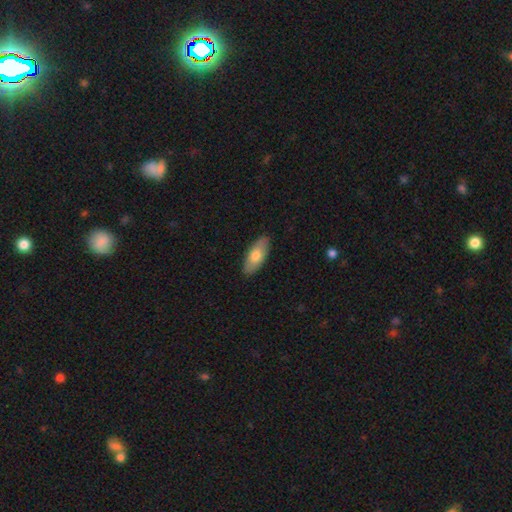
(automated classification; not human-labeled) smooth 73%, featured or disk 22%, star or artifact 5%. Down the decision tree: how rounded — in between (84%); merging — none (88%).